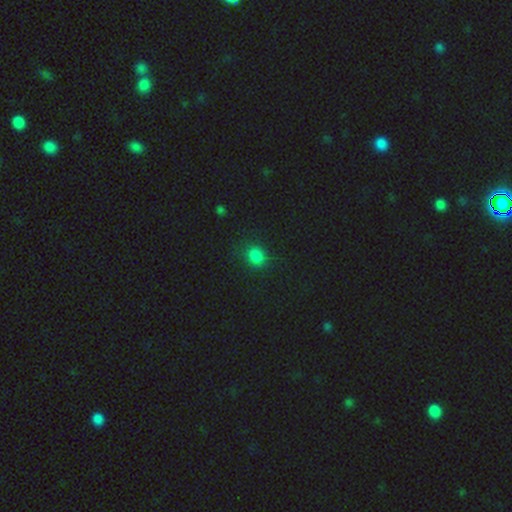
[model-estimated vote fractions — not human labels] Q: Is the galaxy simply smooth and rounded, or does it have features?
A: smooth — 77%.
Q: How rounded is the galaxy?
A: round — 59%.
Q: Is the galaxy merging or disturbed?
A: none — 81%.